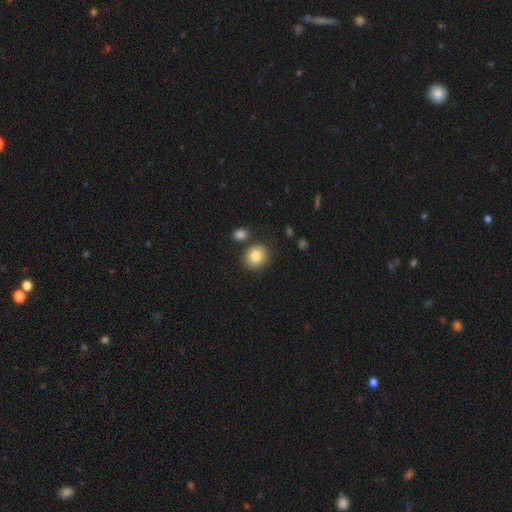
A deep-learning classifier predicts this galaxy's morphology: This appears to be a smooth galaxy with no disk features (84%) that is round (72%). Merging: none (80%).